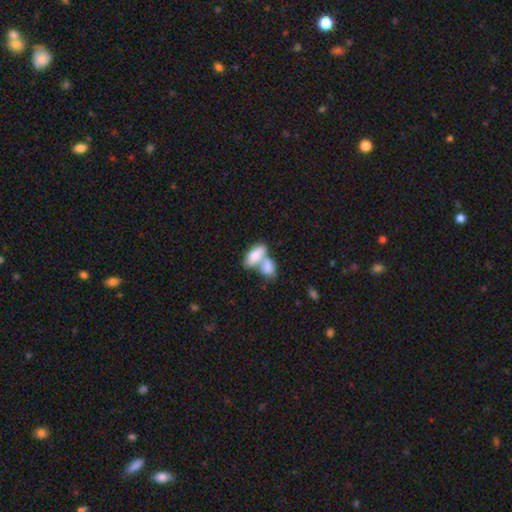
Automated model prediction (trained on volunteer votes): Smooth or featured? Predicted: smooth (p=0.79). How rounded? Predicted: in between (p=0.89). Merging? Predicted: merger (p=0.70).